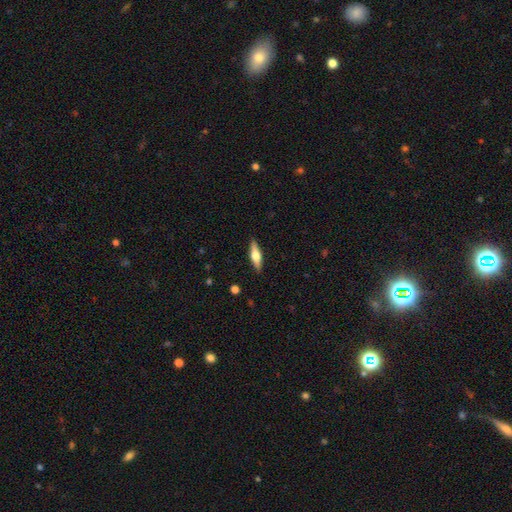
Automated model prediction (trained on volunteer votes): This appears to be a featured or disk galaxy (54%) viewed edge-on (95%) with a rounded central bulge (93%). Merging: none (90%).